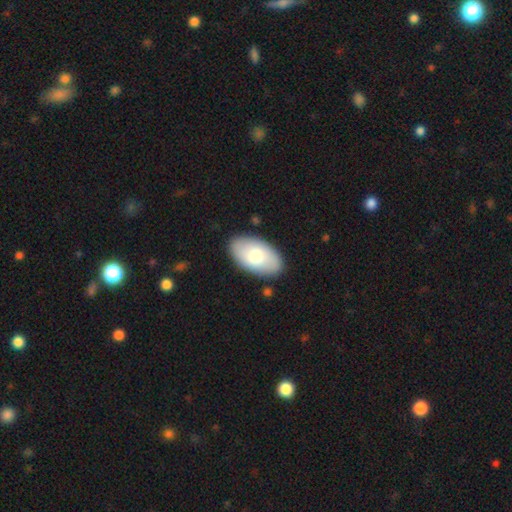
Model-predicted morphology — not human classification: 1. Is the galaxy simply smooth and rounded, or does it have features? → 73% smooth, 22% featured or disk, 5% star or artifact.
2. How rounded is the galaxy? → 95% in between, 4% round, 1% cigar-shaped.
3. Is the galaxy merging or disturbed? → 87% none, 9% minor disturbance, 2% major disturbance, 2% merger.